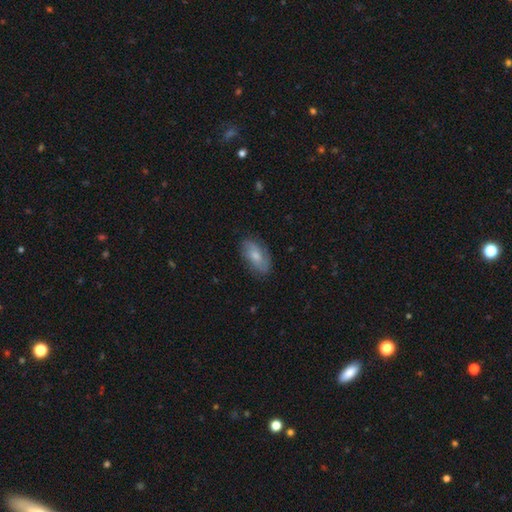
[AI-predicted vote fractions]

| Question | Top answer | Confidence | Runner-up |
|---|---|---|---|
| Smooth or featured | smooth | 52% | featured or disk (41%) |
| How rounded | in between | 89% | cigar-shaped (6%) |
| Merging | none | 77% | minor disturbance (17%) |